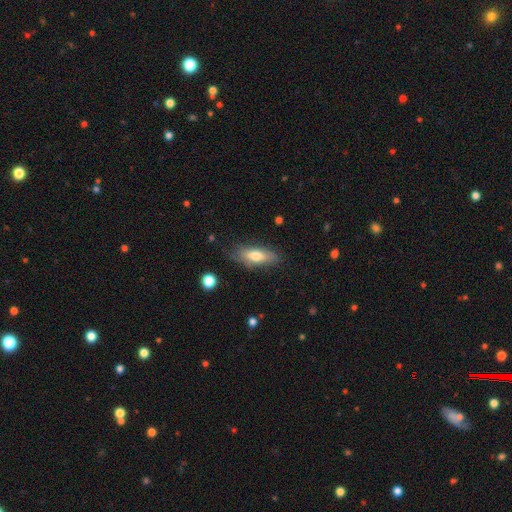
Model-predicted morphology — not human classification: A smooth galaxy with no disk features (68%) that is in between round and cigar-shaped (67%).

Vote fractions:
- Smooth or featured? smooth: 68% / featured or disk: 25% / star or artifact: 7%
- How rounded? in between: 67% / cigar-shaped: 31% / round: 3%
- Merging? none: 74% / minor disturbance: 19% / major disturbance: 5% / merger: 2%